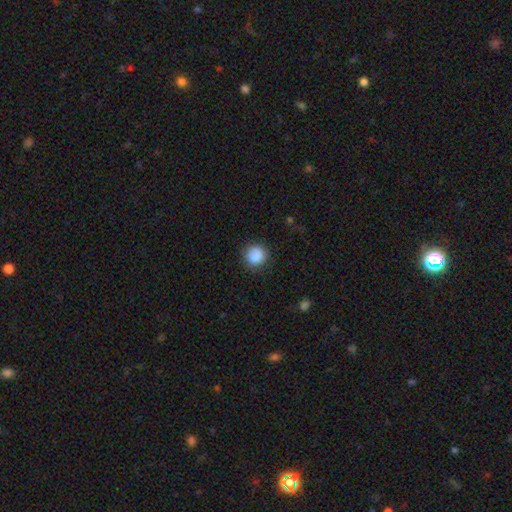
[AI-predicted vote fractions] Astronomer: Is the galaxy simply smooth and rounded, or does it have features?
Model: smooth — 87%.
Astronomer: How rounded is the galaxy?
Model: round — 91%.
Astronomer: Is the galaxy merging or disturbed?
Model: none — 85%.